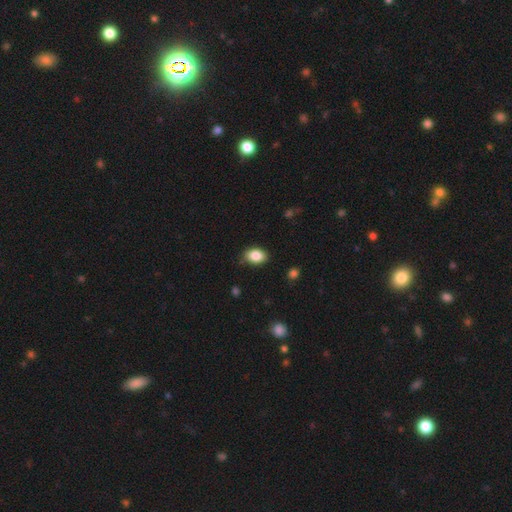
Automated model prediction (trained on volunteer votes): smooth 86%, star or artifact 8%, featured or disk 6%. Down the decision tree: how rounded — in between (84%); merging — none (83%).